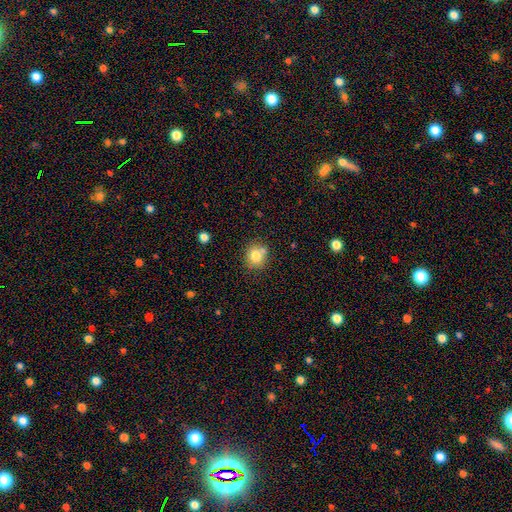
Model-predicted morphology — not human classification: Smooth or featured? Predicted: smooth (p=0.78). How rounded? Predicted: round (p=0.79). Merging? Predicted: none (p=0.69).